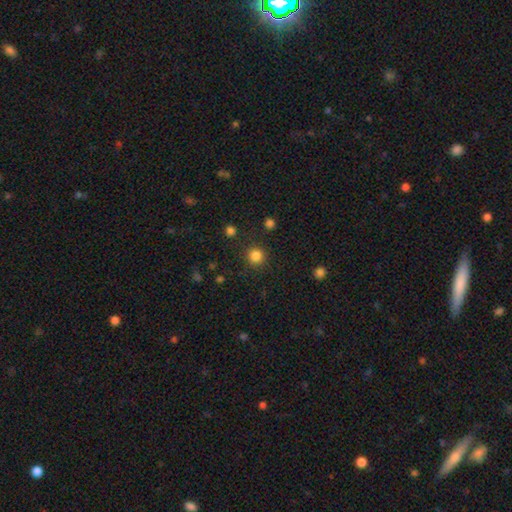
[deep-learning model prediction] The model was most divided on "smooth or featured": smooth: 84%, star or artifact: 13%, featured or disk: 4%. More confident: how rounded — round (94%); merging — none (89%).